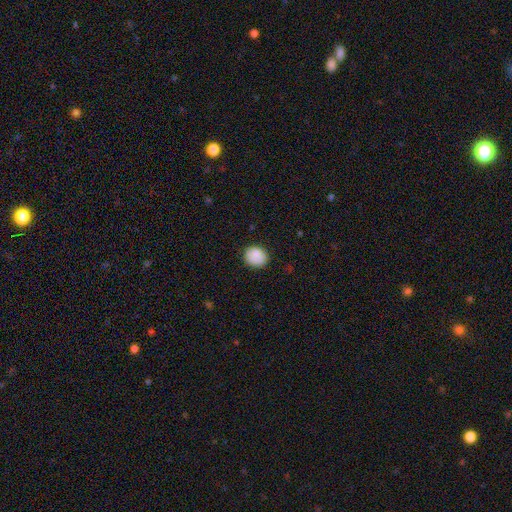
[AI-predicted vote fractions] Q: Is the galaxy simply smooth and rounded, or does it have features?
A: smooth — 87%.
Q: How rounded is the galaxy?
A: round — 72%.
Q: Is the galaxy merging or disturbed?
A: none — 85%.